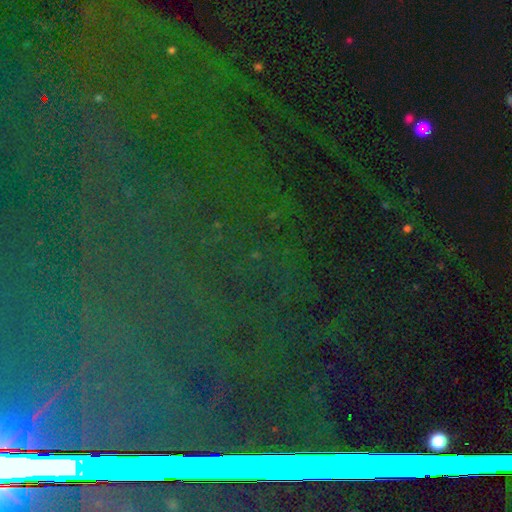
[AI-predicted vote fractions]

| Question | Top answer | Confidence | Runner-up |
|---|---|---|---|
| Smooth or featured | star or artifact | 82% | smooth (10%) |